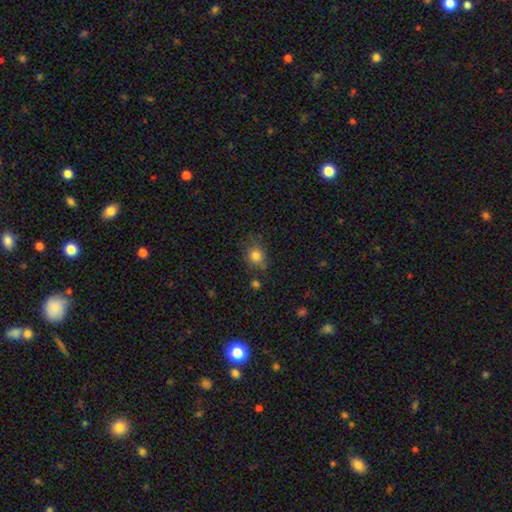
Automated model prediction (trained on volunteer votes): A smooth galaxy with no disk features (81%) that is round (72%). Merging: none (69%).